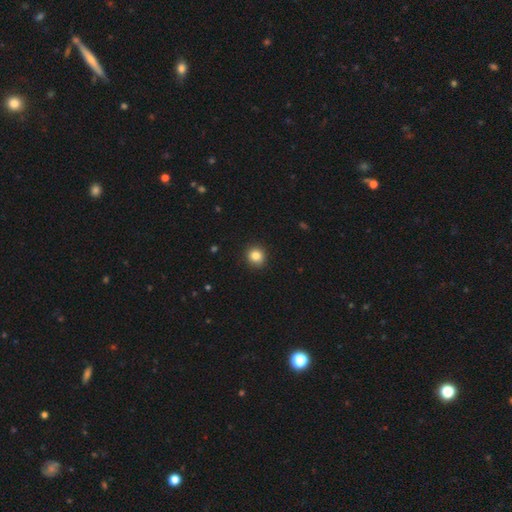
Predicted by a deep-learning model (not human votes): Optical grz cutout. It shows a smooth galaxy with no disk features (85%) that is round (87%). Merging: none (91%).